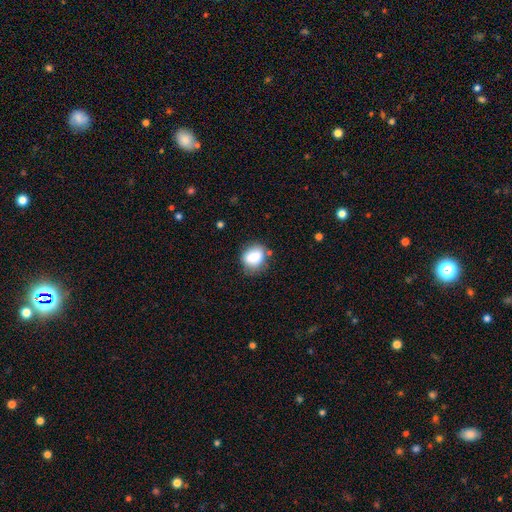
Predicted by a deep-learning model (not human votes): Q: Smooth or featured?
A: smooth (81%); runner-up: featured or disk (10%)
Q: How rounded?
A: round (56%); runner-up: in between (42%)
Q: Merging?
A: none (69%); runner-up: minor disturbance (21%)